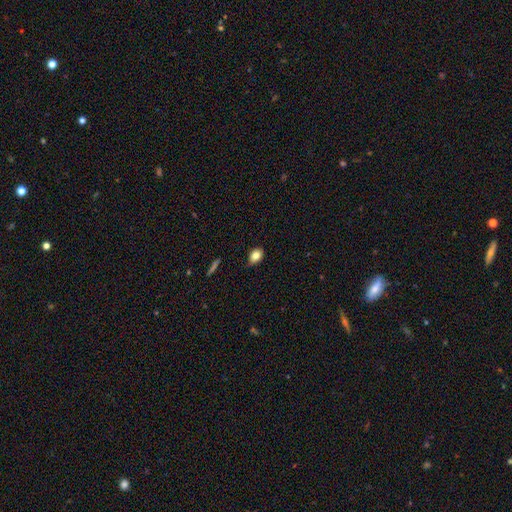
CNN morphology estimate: Smooth or featured? Predicted: smooth (p=0.82). How rounded? Predicted: in between (p=0.77). Merging? Predicted: none (p=0.77).